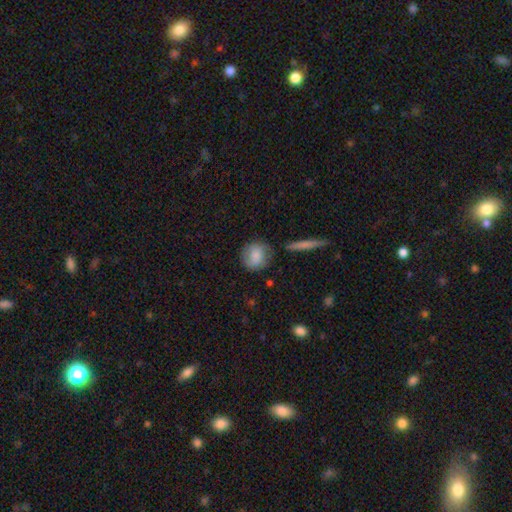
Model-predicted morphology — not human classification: This appears to be a smooth galaxy with no disk features (79%) that is round (81%). Merging: none (70%).